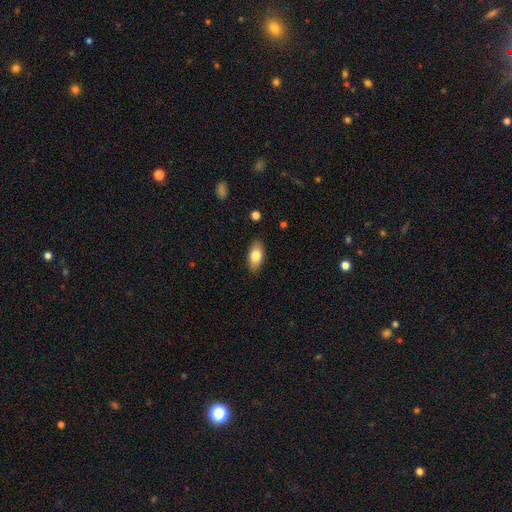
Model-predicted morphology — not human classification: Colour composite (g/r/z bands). It shows a smooth galaxy with no disk features (77%) that is in between round and cigar-shaped (90%). Merging: none (87%).